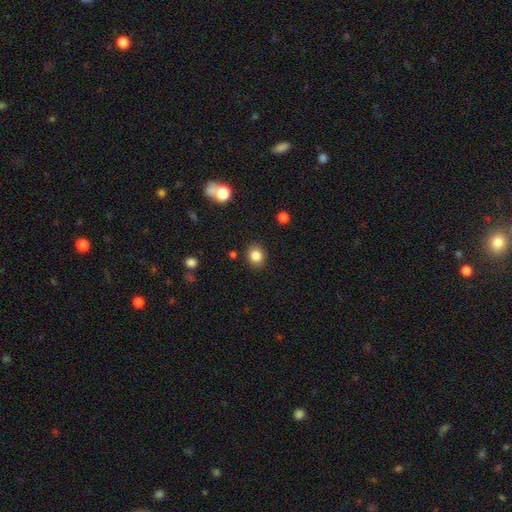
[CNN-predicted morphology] Overall: smooth (84%). How rounded: round (78%). Merging: none (88%).